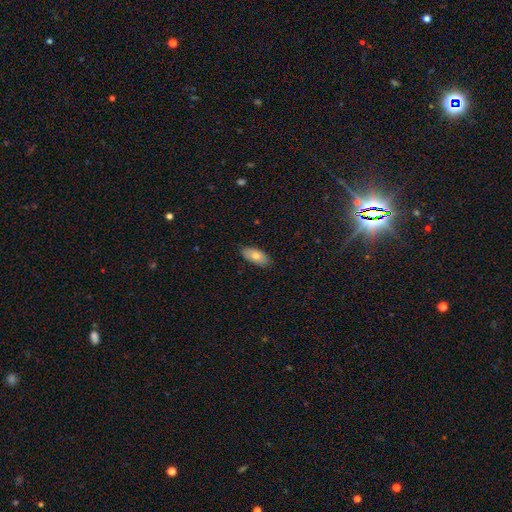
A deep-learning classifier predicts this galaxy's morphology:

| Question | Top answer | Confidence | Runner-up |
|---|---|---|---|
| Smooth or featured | smooth | 76% | featured or disk (18%) |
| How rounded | in between | 89% | cigar-shaped (9%) |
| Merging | none | 86% | minor disturbance (11%) |